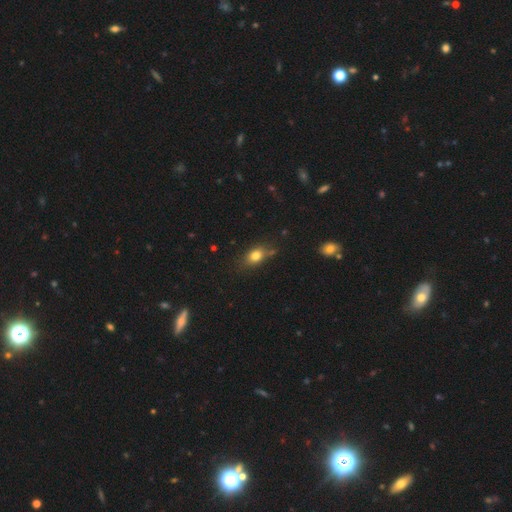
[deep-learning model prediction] smooth 80%, star or artifact 10%, featured or disk 10%. Down the decision tree: how rounded — in between (73%); merging — none (70%).